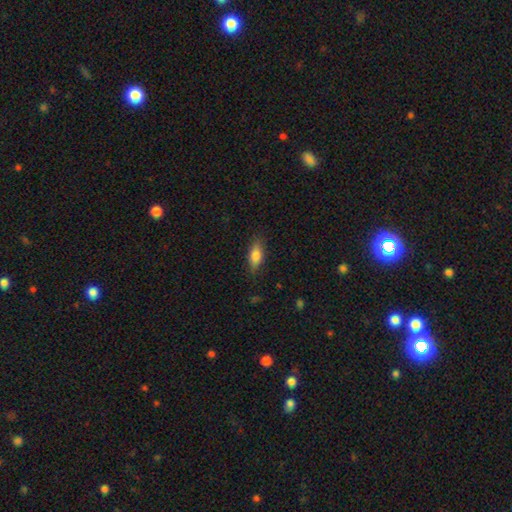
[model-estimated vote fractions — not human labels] Smooth or featured? Predicted: smooth (p=0.78). How rounded? Predicted: in between (p=0.76). Merging? Predicted: none (p=0.83).